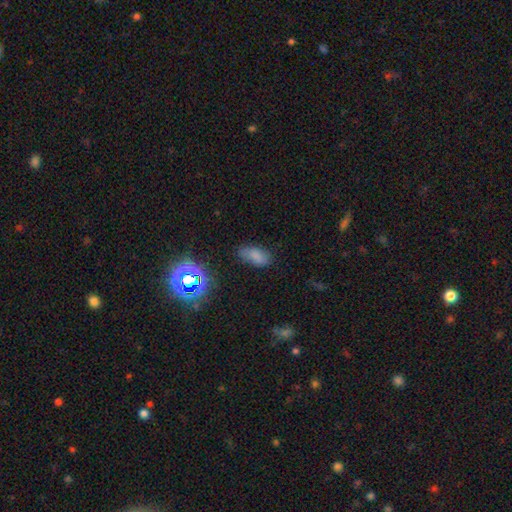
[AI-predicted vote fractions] Smooth or featured?
  - smooth: 75% *
  - star or artifact: 17%
  - featured or disk: 9%
How rounded?
  - in between: 91% *
  - cigar-shaped: 5%
  - round: 4%
Merging?
  - none: 67% *
  - minor disturbance: 24%
  - major disturbance: 7%
  - merger: 2%